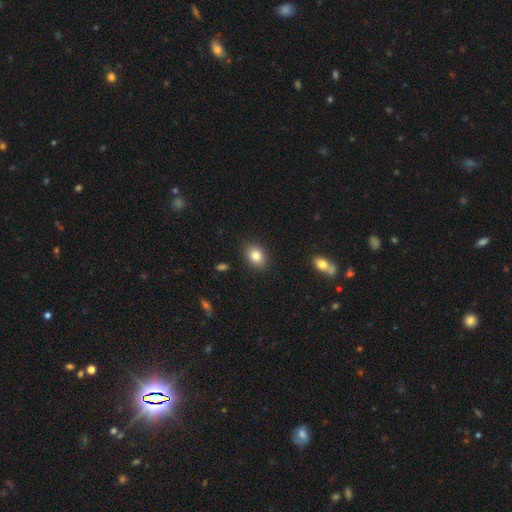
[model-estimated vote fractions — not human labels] smooth 83%, star or artifact 9%, featured or disk 8%. Down the decision tree: how rounded — in between (68%); merging — none (89%).